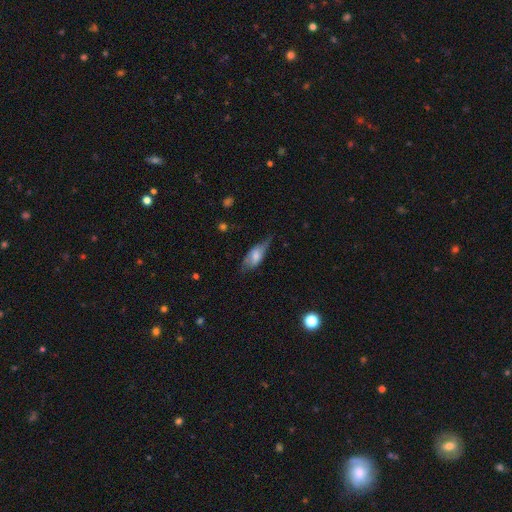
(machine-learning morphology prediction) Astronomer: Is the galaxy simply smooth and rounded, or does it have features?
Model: smooth — 55% (runner-up: featured or disk, 38%).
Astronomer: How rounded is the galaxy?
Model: in between — 79%.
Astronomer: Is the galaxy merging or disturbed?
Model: none — 50% (runner-up: minor disturbance, 33%).